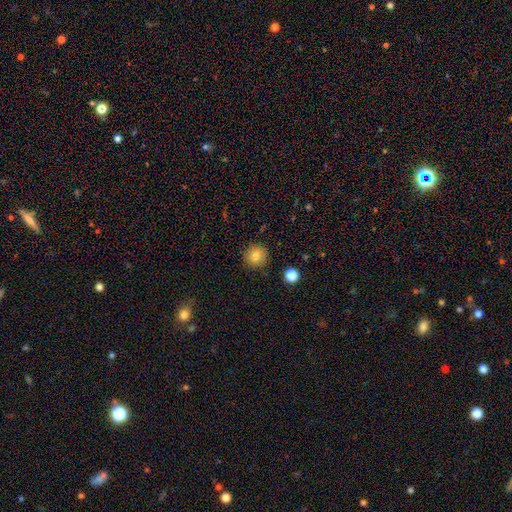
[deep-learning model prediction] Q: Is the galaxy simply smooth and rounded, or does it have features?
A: smooth — 81%.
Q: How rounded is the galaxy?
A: round — 94%.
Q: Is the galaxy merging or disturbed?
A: none — 90%.